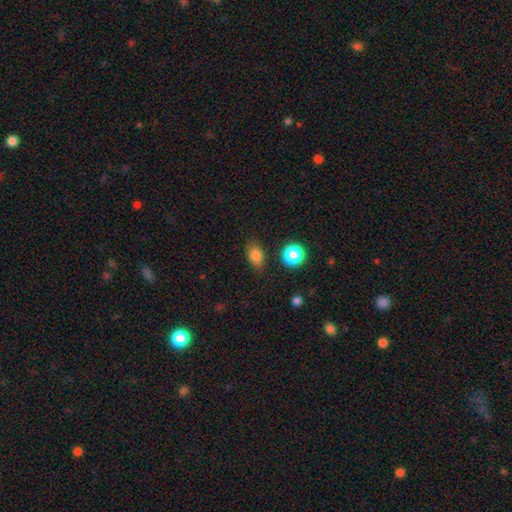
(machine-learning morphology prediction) This appears to be a smooth galaxy with no disk features (81%) that is in between round and cigar-shaped (78%). Merging: none (83%).